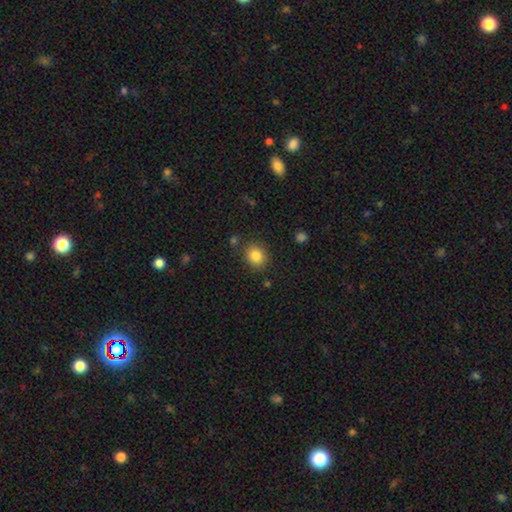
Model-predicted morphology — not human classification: Q: Smooth or featured?
A: smooth (84%); runner-up: star or artifact (10%)
Q: How rounded?
A: round (68%); runner-up: in between (31%)
Q: Merging?
A: none (84%); runner-up: minor disturbance (10%)